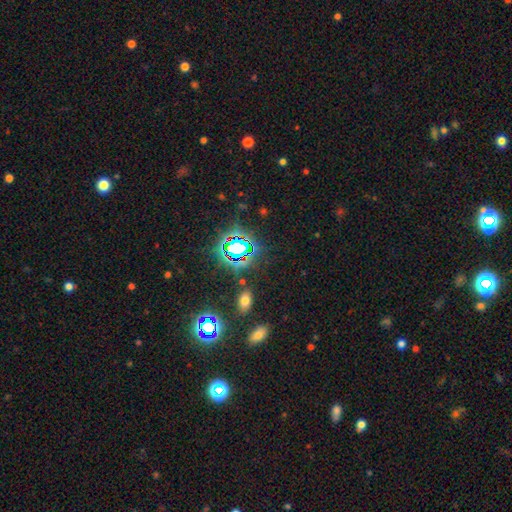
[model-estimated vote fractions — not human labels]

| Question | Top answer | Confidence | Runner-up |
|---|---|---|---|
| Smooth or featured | star or artifact | 77% | smooth (15%) |